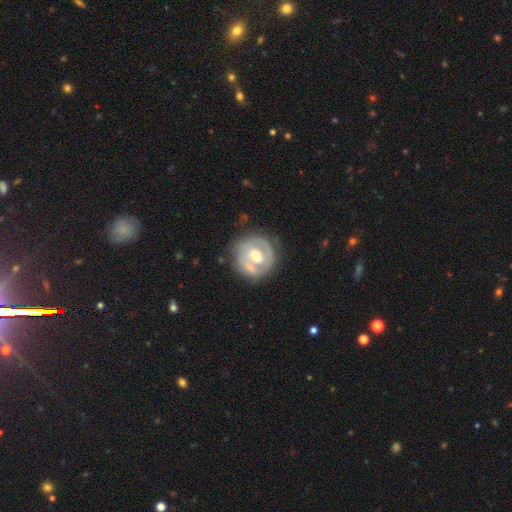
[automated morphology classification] smooth-or-featured: featured or disk: 70% | smooth: 25% | star or artifact: 5%
  disk-edge-on: no: 97% | yes: 3%
    bar: weak: 43% | no: 41% | strong: 16%
    has-spiral-arms: yes: 63% | no: 37%
    bulge-size: moderate: 62% | small: 27% | large: 8% | none: 2% | dominant: 1%
  merging: none: 69% | minor disturbance: 17% | merger: 8% | major disturbance: 7%